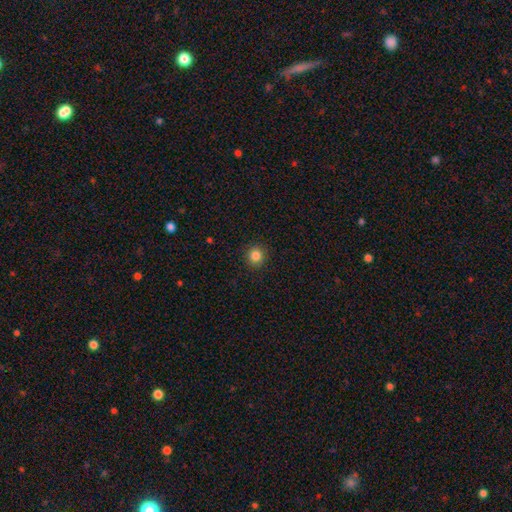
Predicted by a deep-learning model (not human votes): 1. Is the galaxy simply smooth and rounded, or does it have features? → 84% smooth, 12% star or artifact, 4% featured or disk.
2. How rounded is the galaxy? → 93% round, 7% in between, 1% cigar-shaped.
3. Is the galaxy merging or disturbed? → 92% none, 5% minor disturbance, 2% major disturbance, 1% merger.